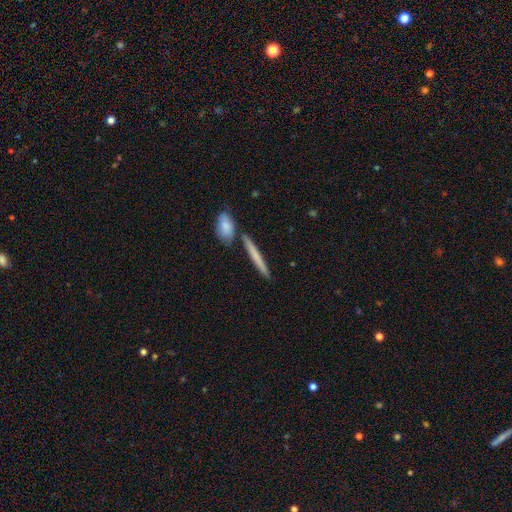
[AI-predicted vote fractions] smooth 64%, featured or disk 31%, star or artifact 6%. Down the decision tree: how rounded — cigar-shaped (93%); merging — none (80%).